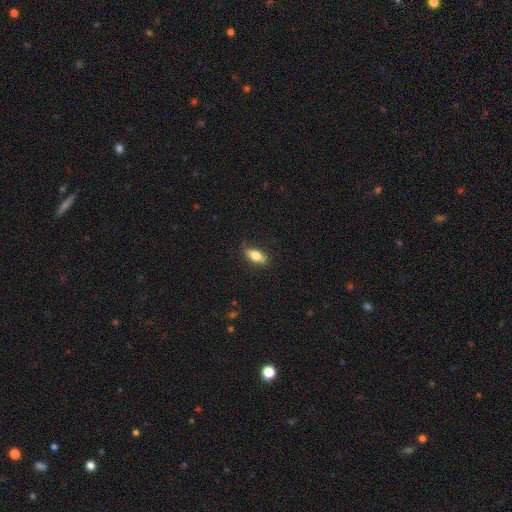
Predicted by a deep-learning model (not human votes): smooth_or_featured: smooth (p=0.79) [alt: featured or disk p=0.14]
how_rounded: in between (p=0.81) [alt: cigar-shaped p=0.16]
merging: none (p=0.84) [alt: minor disturbance p=0.12]